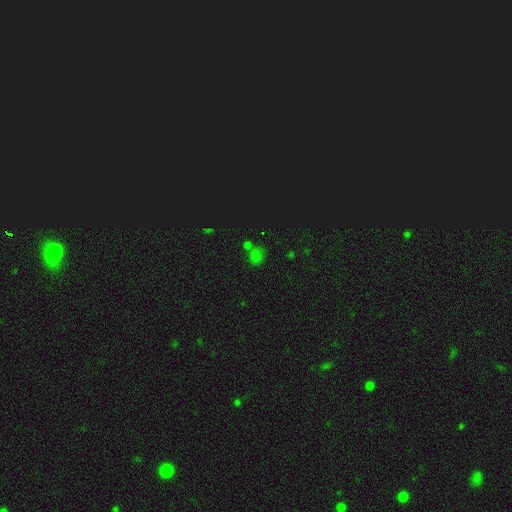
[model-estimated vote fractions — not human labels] smooth 52%, star or artifact 41%, featured or disk 7%. Down the decision tree: how rounded — round (77%); merging — none (56%).